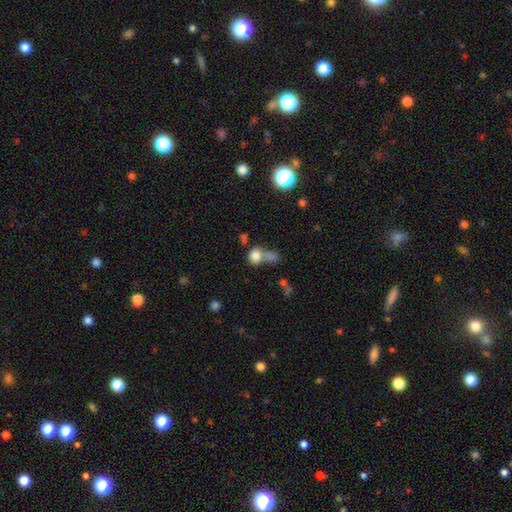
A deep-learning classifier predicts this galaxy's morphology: smooth_or_featured: smooth (p=0.79) [alt: star or artifact p=0.12]
how_rounded: round (p=0.75) [alt: in between p=0.24]
merging: merger (p=0.44) [alt: none p=0.39]